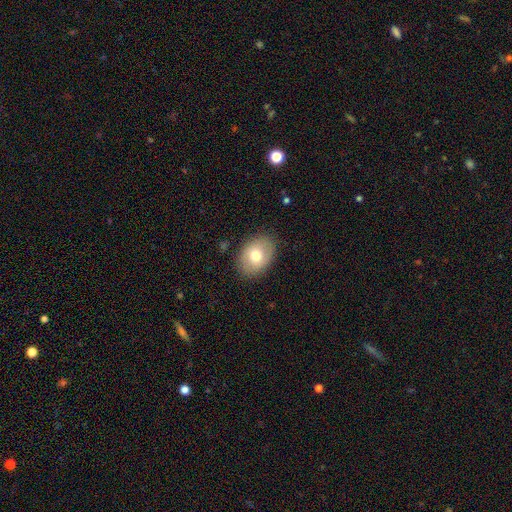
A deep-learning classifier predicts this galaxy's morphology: A smooth galaxy with no disk features (72%) that is in between round and cigar-shaped (75%).

Vote fractions:
- Smooth or featured? smooth: 72% / featured or disk: 20% / star or artifact: 7%
- How rounded? in between: 75% / round: 24% / cigar-shaped: 1%
- Merging? none: 85% / minor disturbance: 11% / major disturbance: 3% / merger: 1%